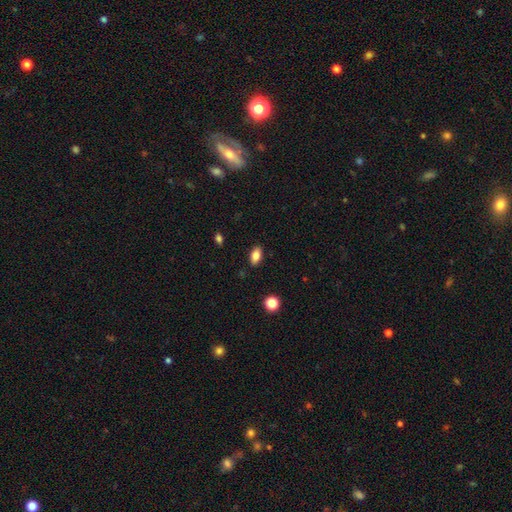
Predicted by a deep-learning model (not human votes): This is clearly a smooth galaxy (83%). How rounded: clearly in between (89%). Merging: clearly none (88%).